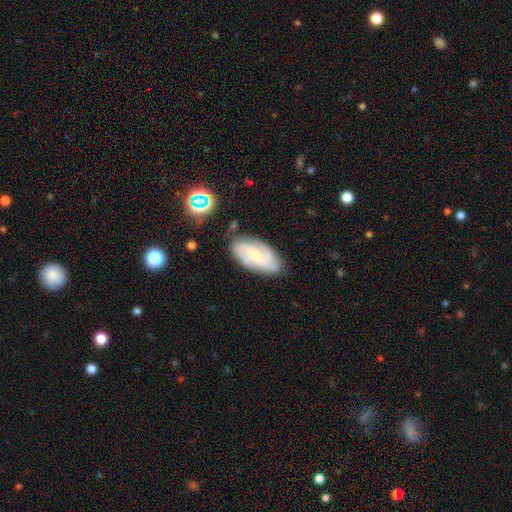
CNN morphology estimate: smooth_or_featured: featured or disk (p=0.78) [alt: smooth p=0.15]
disk_edge_on: no (p=0.95) [alt: yes p=0.05]
bar: weak (p=0.47) [alt: no p=0.38]
has_spiral_arms: yes (p=0.96) [alt: no p=0.04]
spiral_winding: medium (p=0.44) [alt: tight p=0.39]
spiral_arm_count: 2 (p=0.54) [alt: 3 p=0.22]
bulge_size: small (p=0.56) [alt: moderate p=0.36]
merging: none (p=0.78) [alt: minor disturbance p=0.16]